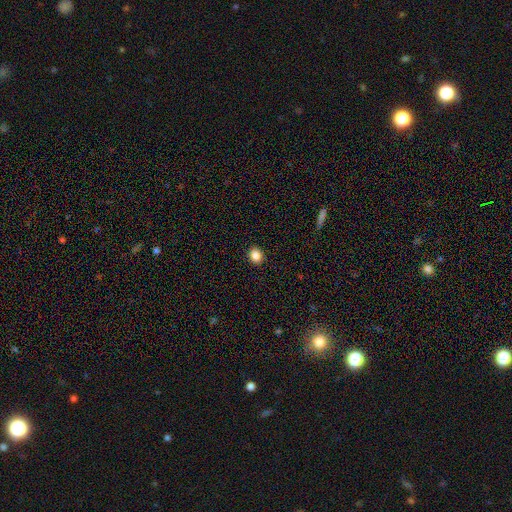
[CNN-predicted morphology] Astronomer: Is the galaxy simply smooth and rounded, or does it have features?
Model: smooth — 86%.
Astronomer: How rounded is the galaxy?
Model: round — 66%.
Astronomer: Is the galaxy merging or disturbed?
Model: none — 92%.